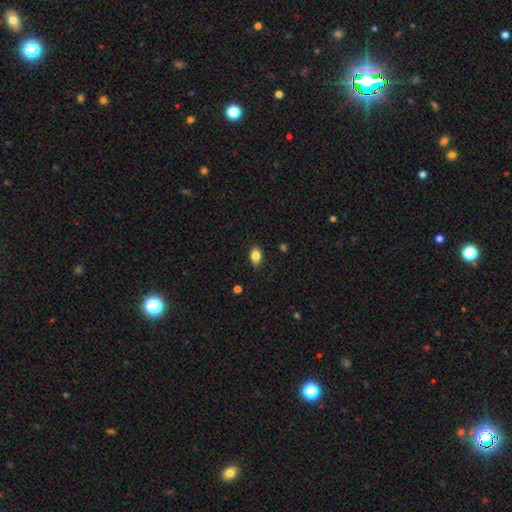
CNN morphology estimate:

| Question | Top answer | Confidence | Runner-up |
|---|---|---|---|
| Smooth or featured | smooth | 84% | star or artifact (9%) |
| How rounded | in between | 86% | round (12%) |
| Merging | none | 87% | minor disturbance (10%) |